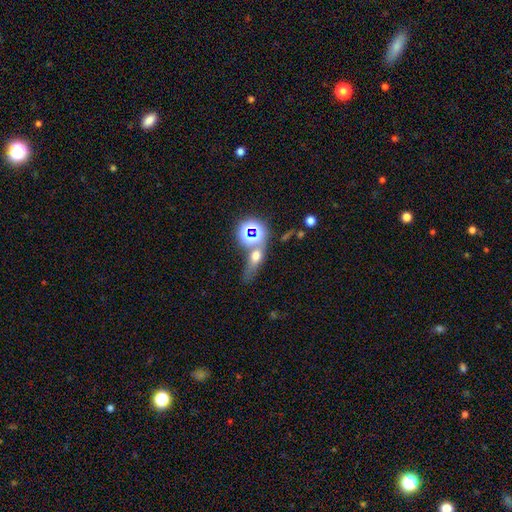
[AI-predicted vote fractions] The model was most divided on "how rounded": in between: 43%, round: 32%, cigar-shaped: 25%. Remaining: smooth or featured — smooth (50%); merging — none (49%).